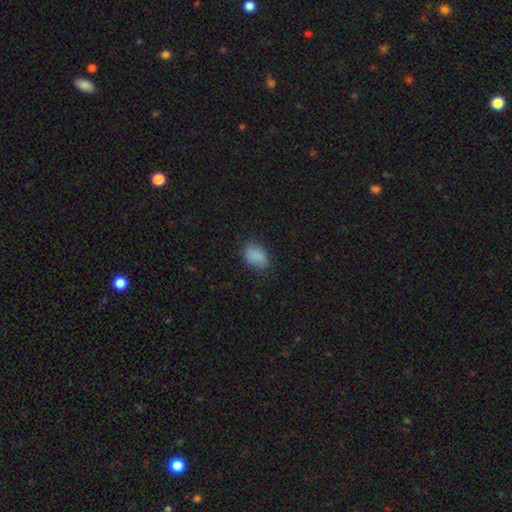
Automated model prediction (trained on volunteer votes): Smooth or featured: smooth — 87% (star or artifact — 8%)
How rounded: in between — 76% (round — 23%)
Merging: none — 79% (minor disturbance — 16%)